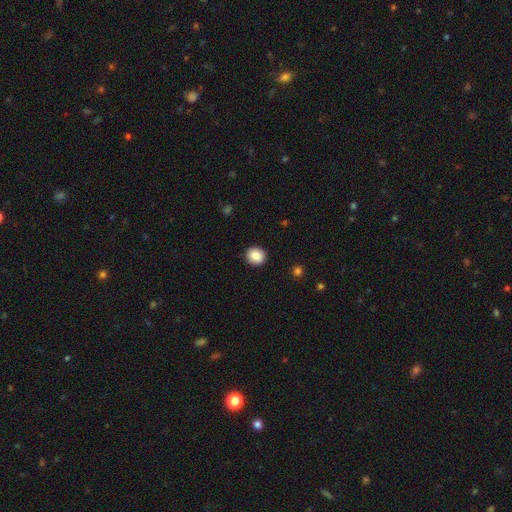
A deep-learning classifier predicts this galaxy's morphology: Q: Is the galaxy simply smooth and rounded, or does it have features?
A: smooth — 87%.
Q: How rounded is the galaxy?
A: round — 87%.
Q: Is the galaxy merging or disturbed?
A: none — 92%.